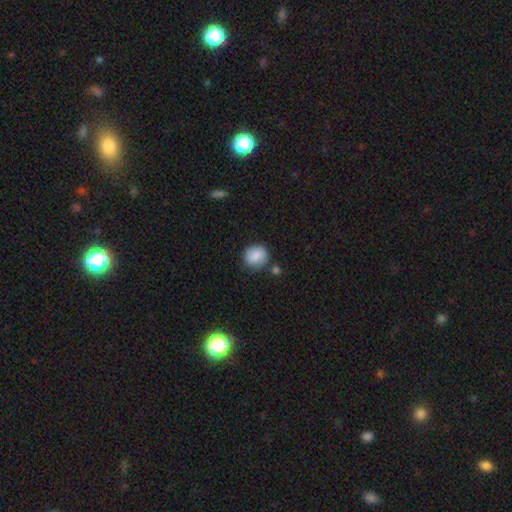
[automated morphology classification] This appears to be a smooth galaxy with no disk features (85%) that is round (81%). Merging: none (77%).